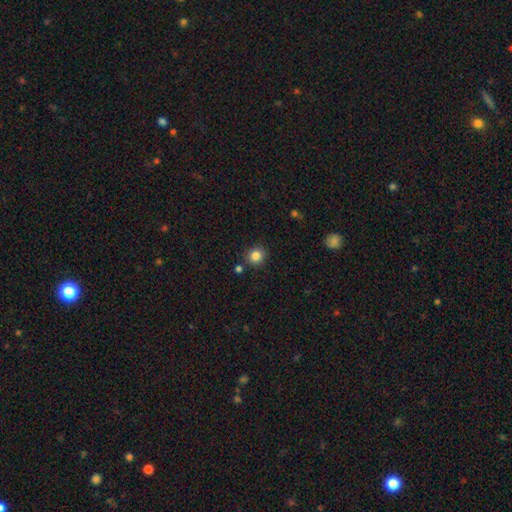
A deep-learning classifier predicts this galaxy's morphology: This appears to be a smooth galaxy with no disk features (84%) that is round (87%). Merging: none (85%).